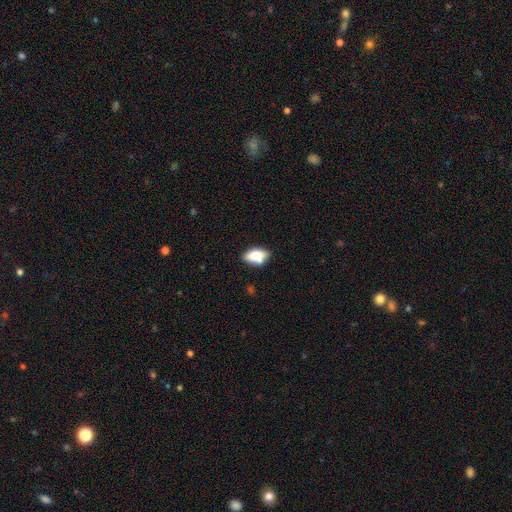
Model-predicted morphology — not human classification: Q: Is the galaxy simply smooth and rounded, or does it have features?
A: smooth — 73%.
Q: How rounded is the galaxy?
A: in between — 87%.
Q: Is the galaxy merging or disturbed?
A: none — 67%.